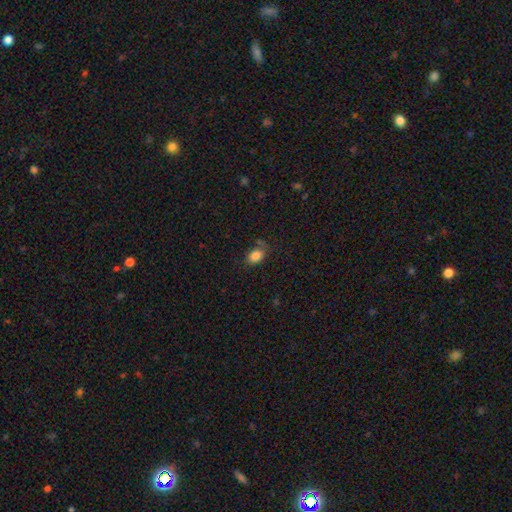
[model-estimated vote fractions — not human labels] The model was most divided on "merging": none: 68%, minor disturbance: 21%, major disturbance: 7%, merger: 4%. More confident: smooth or featured — smooth (84%); how rounded — in between (78%).